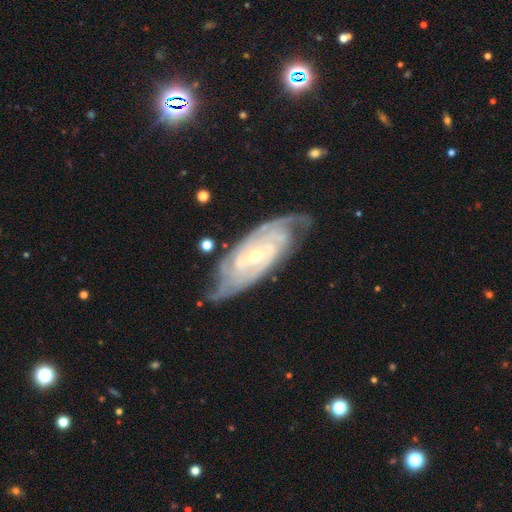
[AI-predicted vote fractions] Smooth or featured? Predicted: featured or disk (p=0.90). Edge-on disk? Predicted: no (p=0.93). Bar? Predicted: no (p=0.48). Spiral arms? Predicted: yes (p=0.98). Spiral winding? Predicted: tight (p=0.73). Spiral arm count? Predicted: 2 (p=0.25). Bulge size? Predicted: small (p=0.66). Merging? Predicted: none (p=0.73).